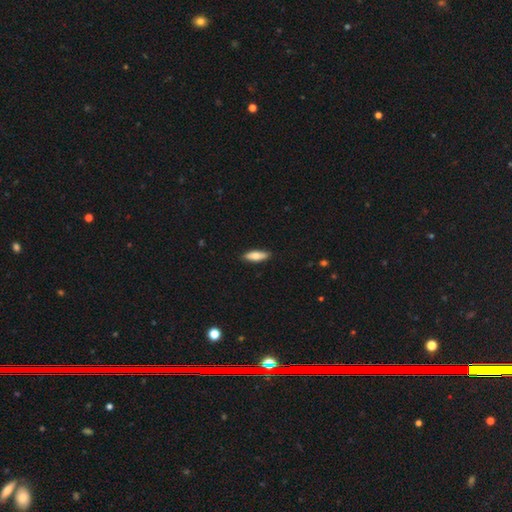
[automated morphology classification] Q: Smooth or featured?
A: smooth (73%); runner-up: featured or disk (21%)
Q: How rounded?
A: in between (58%); runner-up: cigar-shaped (40%)
Q: Merging?
A: none (86%); runner-up: minor disturbance (11%)